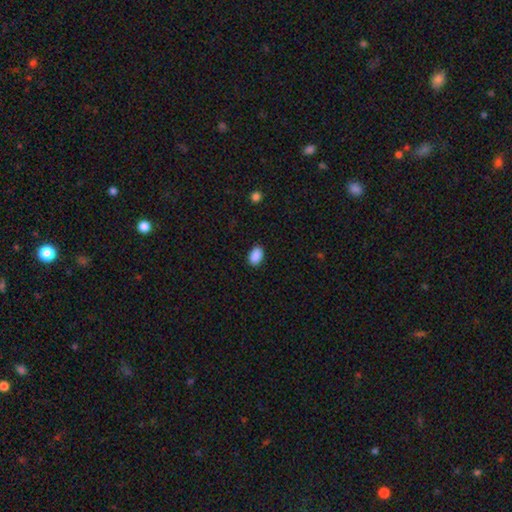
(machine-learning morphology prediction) smooth 90%, star or artifact 8%, featured or disk 2%. Down the decision tree: how rounded — in between (87%); merging — none (88%).